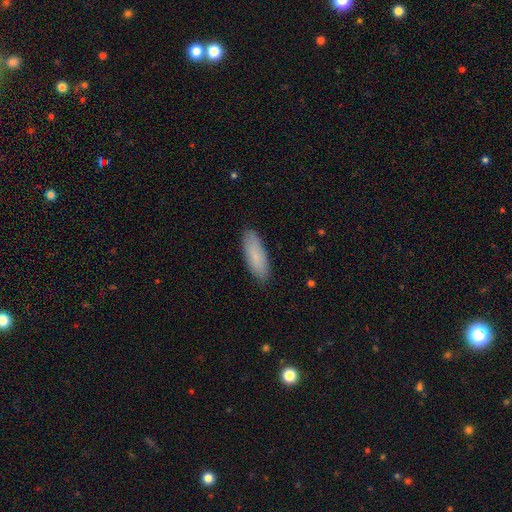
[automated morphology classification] This is clearly a smooth galaxy (84%). How rounded: possibly in between (57%). Merging: clearly none (88%).